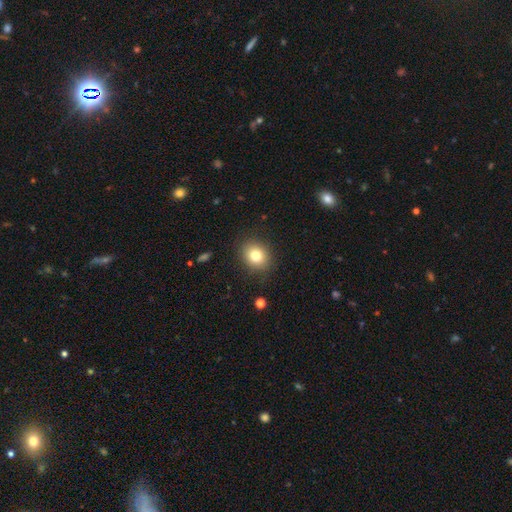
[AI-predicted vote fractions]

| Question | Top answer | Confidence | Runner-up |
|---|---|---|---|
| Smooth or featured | smooth | 80% | star or artifact (11%) |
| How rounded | round | 64% | in between (35%) |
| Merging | none | 88% | minor disturbance (9%) |